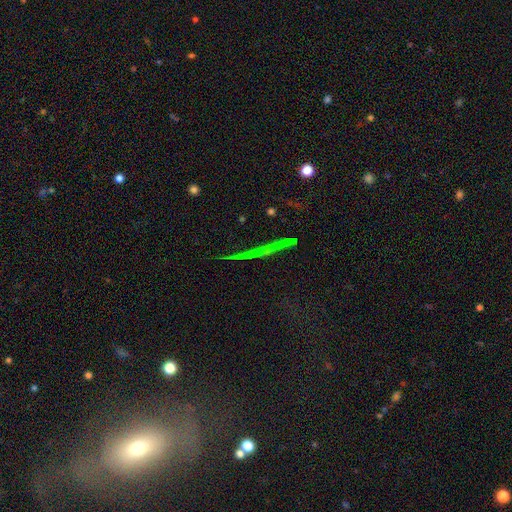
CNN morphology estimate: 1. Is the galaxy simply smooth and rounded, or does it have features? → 69% featured or disk, 18% star or artifact, 13% smooth.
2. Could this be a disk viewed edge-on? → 95% yes, 5% no.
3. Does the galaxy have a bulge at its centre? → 63% rounded, 28% none, 9% boxy.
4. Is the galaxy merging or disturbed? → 86% none, 8% minor disturbance, 3% major disturbance, 3% merger.